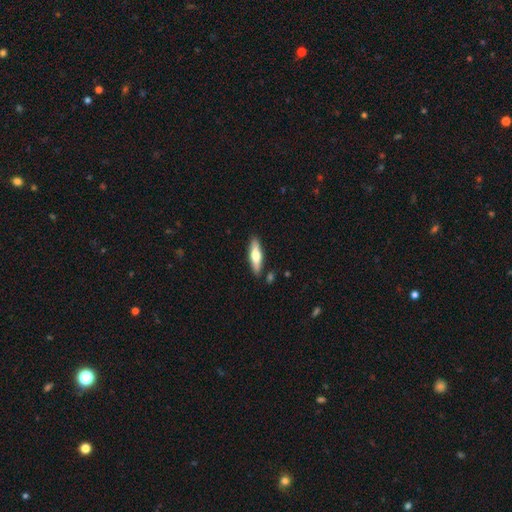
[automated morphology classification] This appears to be a smooth galaxy with no disk features (56%) that is cigar-shaped (63%). Merging: none (86%).